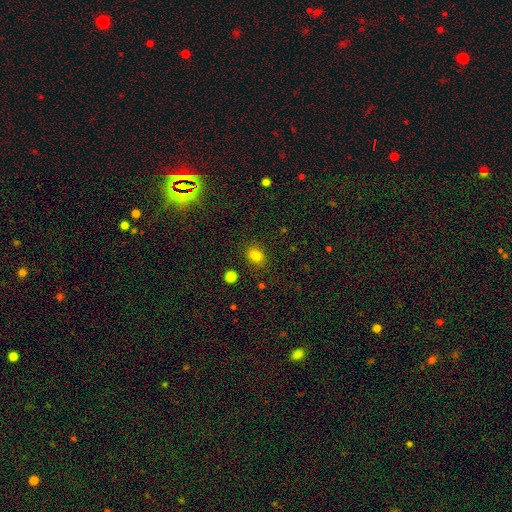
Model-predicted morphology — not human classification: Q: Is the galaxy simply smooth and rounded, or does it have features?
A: smooth — 81%.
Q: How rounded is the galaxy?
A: in between — 56%.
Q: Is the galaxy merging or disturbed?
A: none — 85%.